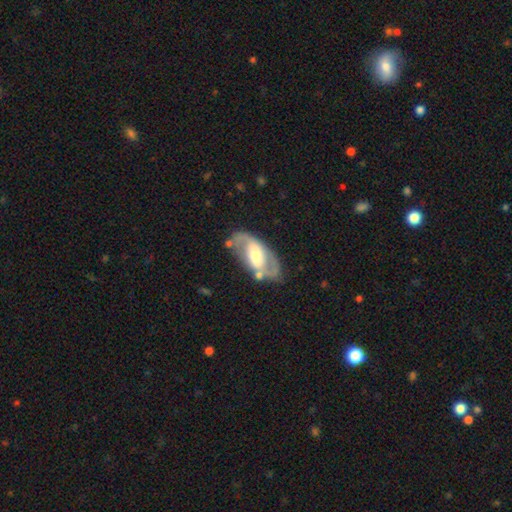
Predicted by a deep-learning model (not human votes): The model was most divided on "bar": weak: 39%, no: 31%, strong: 30%. Remaining: edge-on disk — no (93%); spiral arm count — 2 (82%); spiral arms — yes (76%); smooth or featured — featured or disk (74%); merging — none (67%); bulge size — moderate (59%); spiral winding — medium (45%).